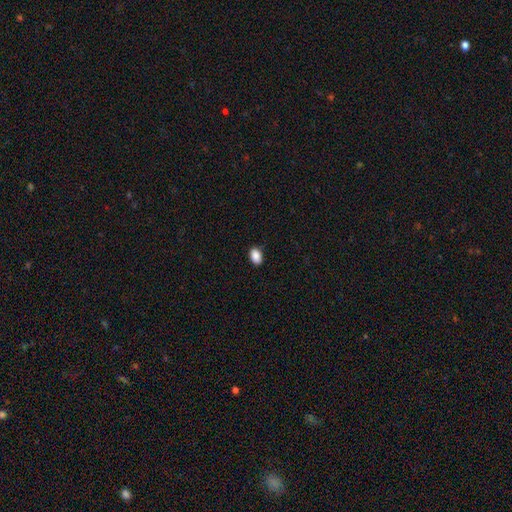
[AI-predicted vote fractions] This is clearly a smooth galaxy (89%). How rounded: clearly in between (85%). Merging: clearly none (87%).